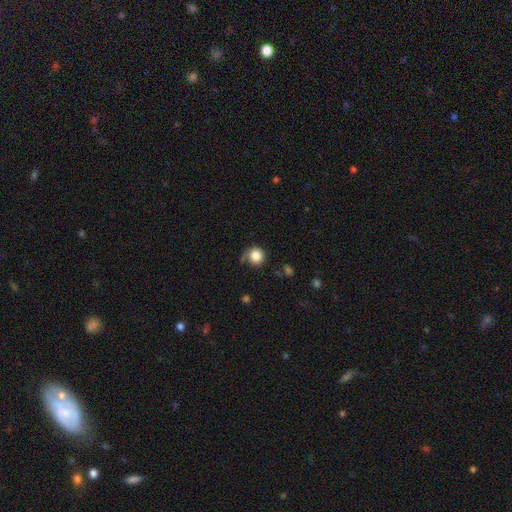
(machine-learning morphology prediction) Smooth or featured? Predicted: smooth (p=0.84). How rounded? Predicted: round (p=0.91). Merging? Predicted: none (p=0.73).